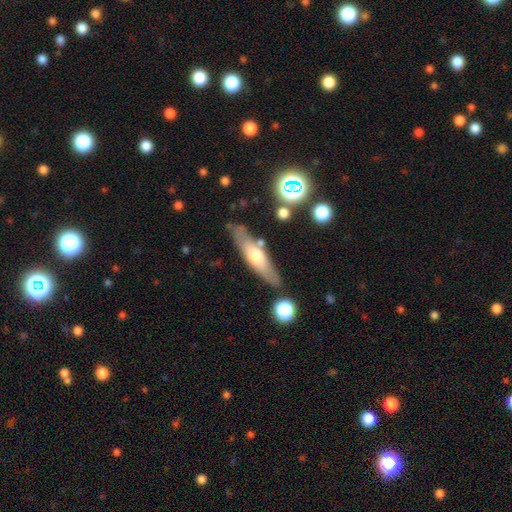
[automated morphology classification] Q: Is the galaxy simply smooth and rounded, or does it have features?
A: smooth — 48%.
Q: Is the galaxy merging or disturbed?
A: none — 76%.